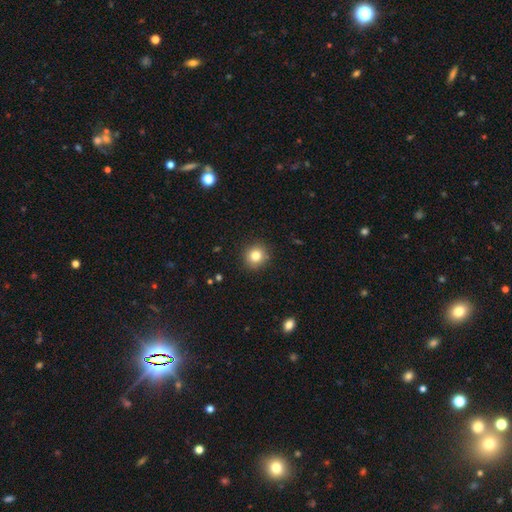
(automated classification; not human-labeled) Smooth or featured? Predicted: smooth (p=0.82). How rounded? Predicted: round (p=0.91). Merging? Predicted: none (p=0.90).